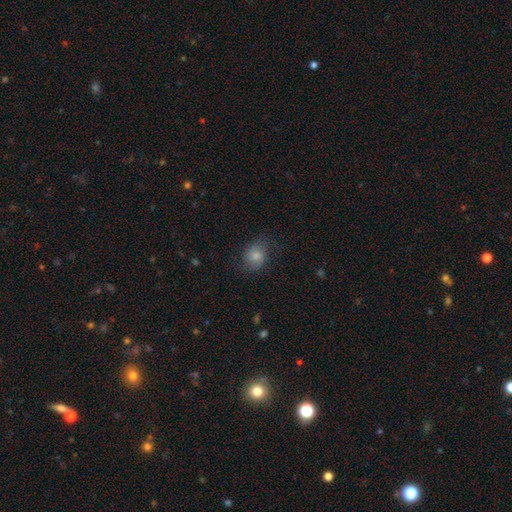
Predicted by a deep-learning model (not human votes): Smooth or featured? smooth (67%)
How rounded? round (54%)
Merging? none (66%)